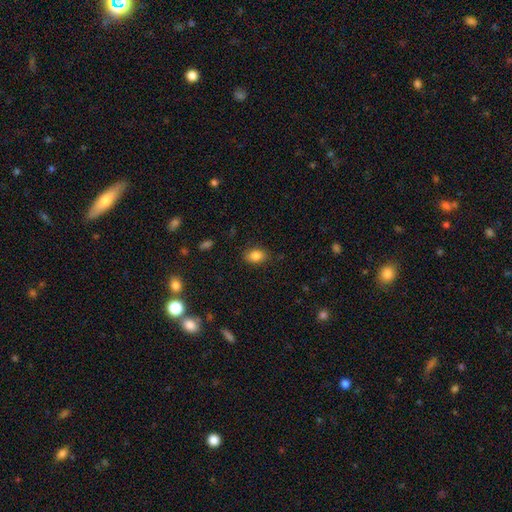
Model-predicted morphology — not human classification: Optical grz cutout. It shows a smooth galaxy with no disk features (85%) that is in between round and cigar-shaped (76%). Merging: none (86%).